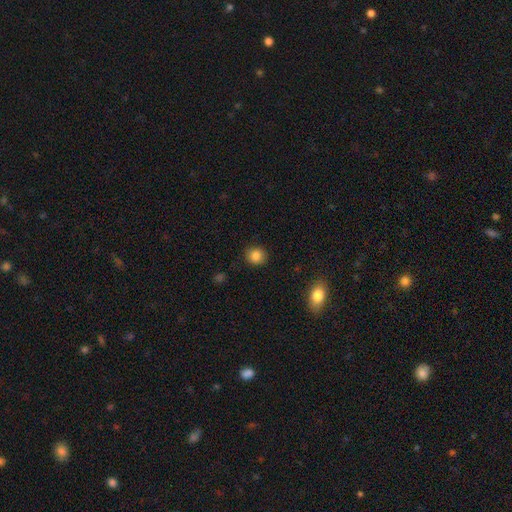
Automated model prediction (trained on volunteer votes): Smooth or featured? smooth (85%)
How rounded? round (86%)
Merging? none (89%)